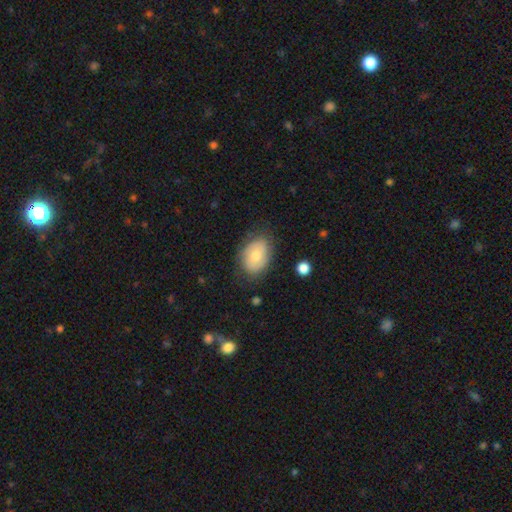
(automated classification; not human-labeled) smooth-or-featured: smooth: 64% | featured or disk: 29% | star or artifact: 7%
  how-rounded: in between: 74% | round: 24% | cigar-shaped: 1%
  merging: none: 72% | minor disturbance: 20% | major disturbance: 6% | merger: 2%